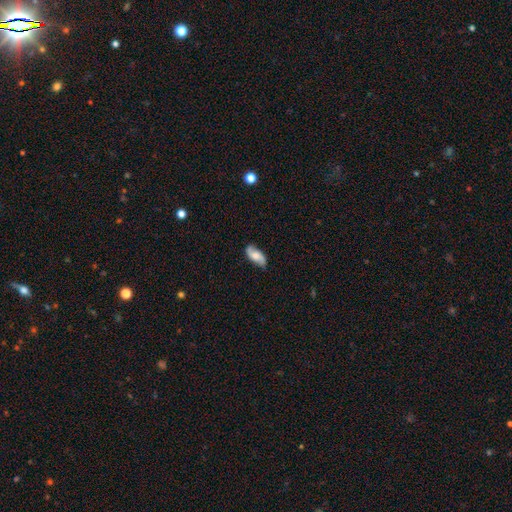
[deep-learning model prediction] featured or disk 53%, smooth 40%, star or artifact 7%. Down the decision tree: edge-on disk — no (92%); merging — none (77%).